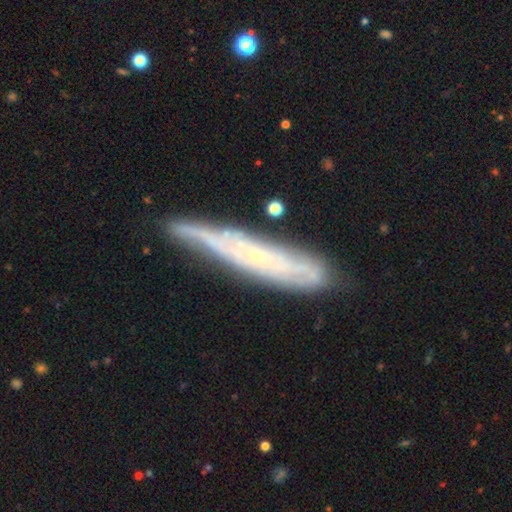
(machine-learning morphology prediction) Q: Smooth or featured?
A: featured or disk (71%); runner-up: smooth (21%)
Q: Edge-on disk?
A: yes (57%); runner-up: no (43%)
Q: Merging?
A: none (72%); runner-up: minor disturbance (21%)